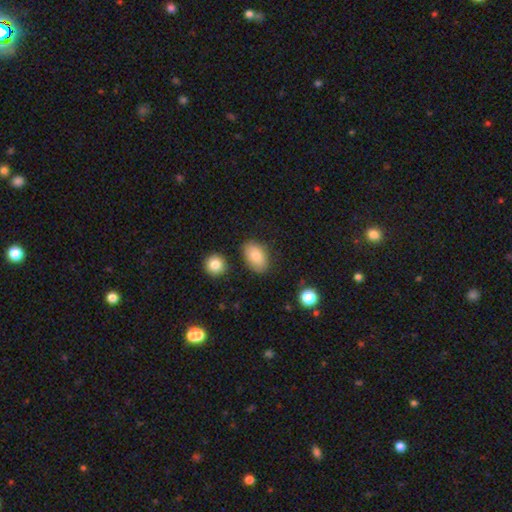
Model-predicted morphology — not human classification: Smooth or featured? Predicted: smooth (p=0.82). How rounded? Predicted: in between (p=0.89). Merging? Predicted: none (p=0.77).